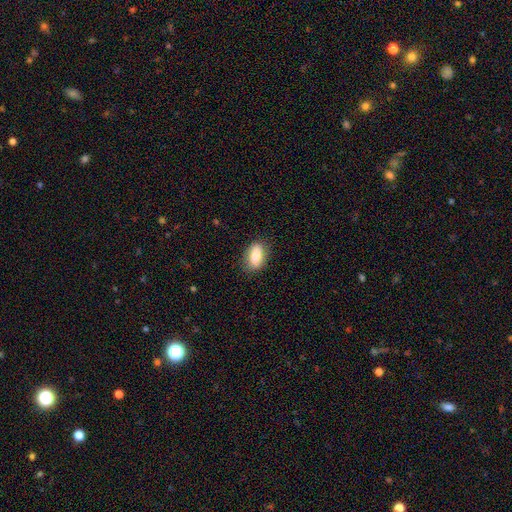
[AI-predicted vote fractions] A smooth galaxy with no disk features (80%) that is in between round and cigar-shaped (87%).

Vote fractions:
- Smooth or featured? smooth: 80% / featured or disk: 13% / star or artifact: 7%
- How rounded? in between: 87% / round: 8% / cigar-shaped: 5%
- Merging? none: 83% / minor disturbance: 13% / major disturbance: 3% / merger: 1%